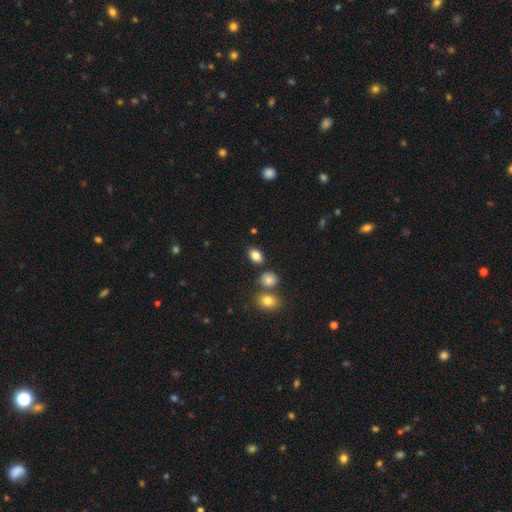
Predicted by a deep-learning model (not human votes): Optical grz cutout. It shows a smooth galaxy with no disk features (84%) that is in between round and cigar-shaped (83%). Merging: none (78%).